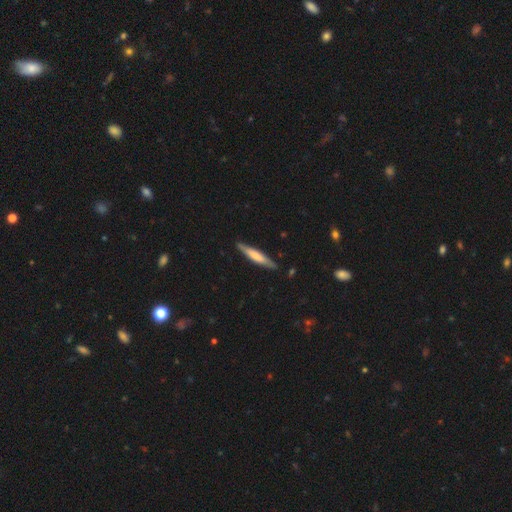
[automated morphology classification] Overall: smooth (53%; featured or disk 42%). How rounded: cigar-shaped (92%). Merging: none (87%).